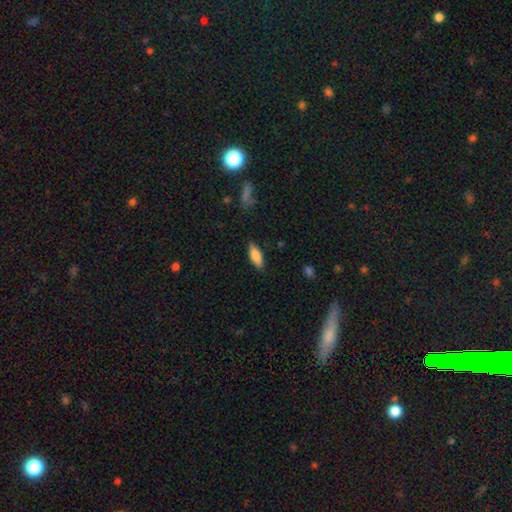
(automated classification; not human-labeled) Morphology: type=smooth (80%); roundness=in between (70%); merging=none (83%).